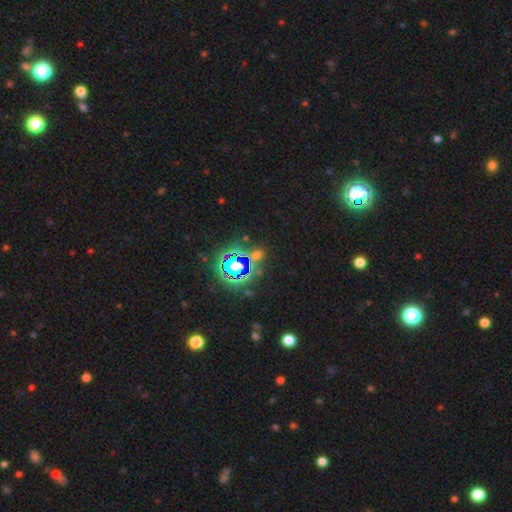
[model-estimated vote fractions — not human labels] Smooth or featured? Predicted: star or artifact (p=0.64).